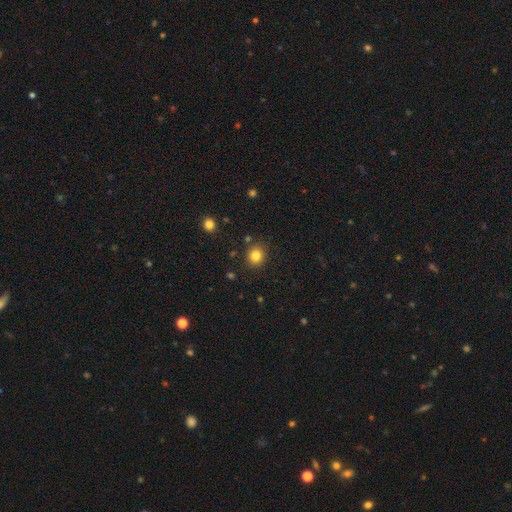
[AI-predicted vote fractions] Q: Smooth or featured?
A: smooth (83%); runner-up: star or artifact (12%)
Q: How rounded?
A: round (82%); runner-up: in between (17%)
Q: Merging?
A: none (87%); runner-up: minor disturbance (8%)